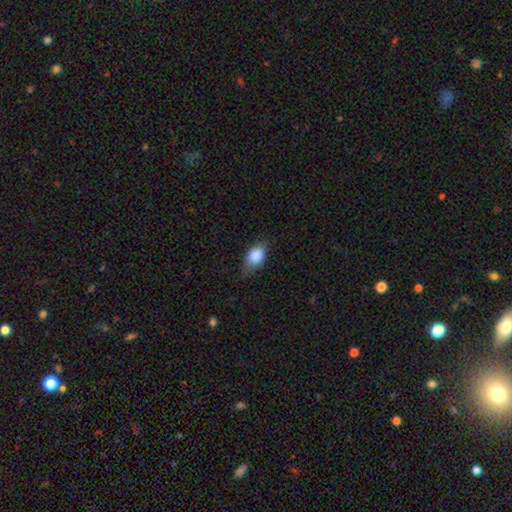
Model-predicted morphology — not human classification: A smooth galaxy with no disk features (85%) that is in between round and cigar-shaped (83%). Merging: none (62%).